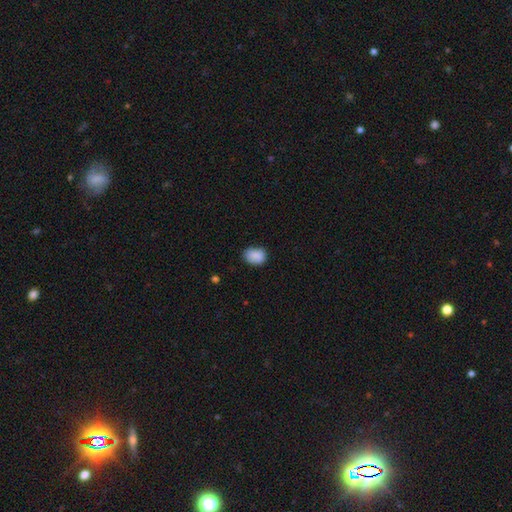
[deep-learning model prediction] Overall: smooth (88%). How rounded: in between (65%; round 34%). Merging: none (76%).